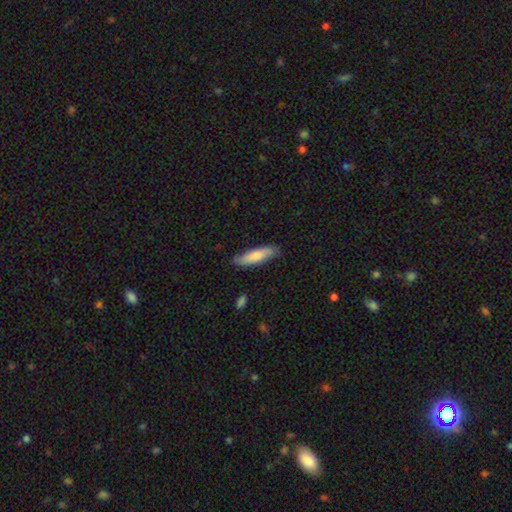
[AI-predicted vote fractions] This is likely a smooth galaxy (78%). How rounded: likely cigar-shaped (65%). Merging: clearly none (82%).